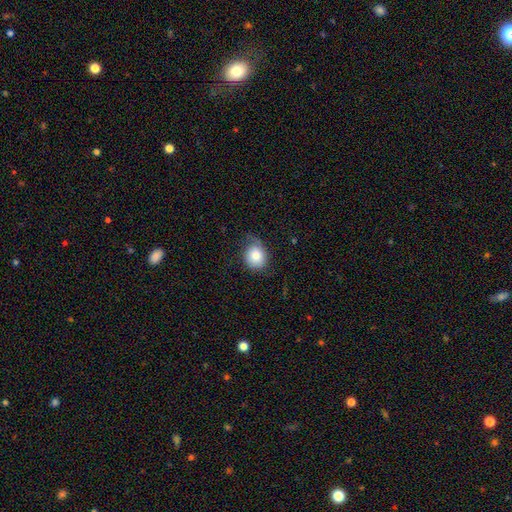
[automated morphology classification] smooth_or_featured: smooth (p=0.77) [alt: featured or disk p=0.14]
how_rounded: round (p=0.66) [alt: in between p=0.33]
merging: none (p=0.55) [alt: minor disturbance p=0.32]